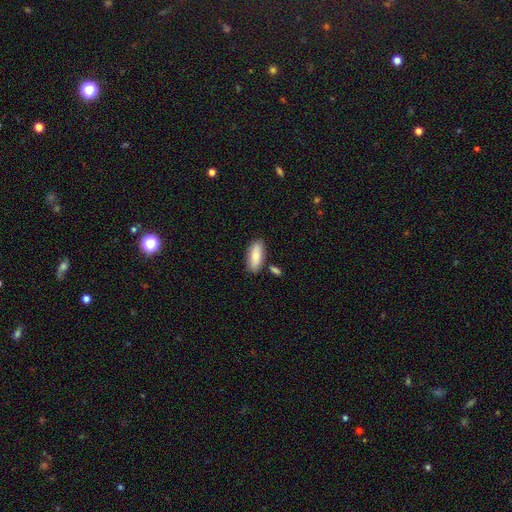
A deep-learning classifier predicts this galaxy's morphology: The model was most divided on "smooth or featured": smooth: 78%, featured or disk: 15%, star or artifact: 6%. More confident: how rounded — in between (81%); merging — none (79%).